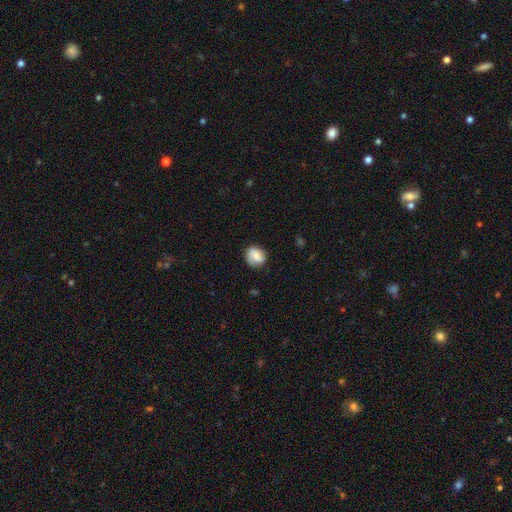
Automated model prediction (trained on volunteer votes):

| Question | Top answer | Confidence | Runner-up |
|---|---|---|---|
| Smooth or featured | smooth | 75% | featured or disk (17%) |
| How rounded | round | 66% | in between (33%) |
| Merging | none | 72% | minor disturbance (20%) |